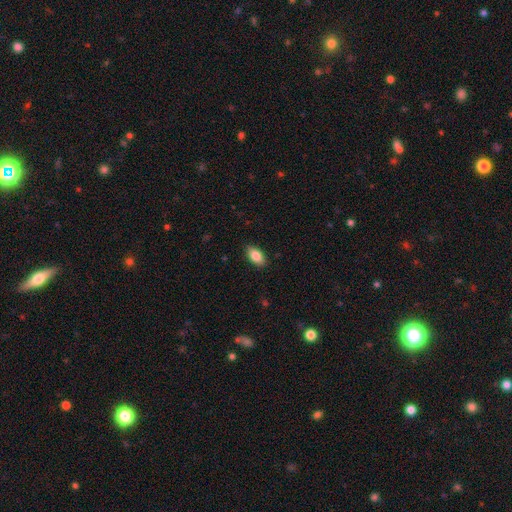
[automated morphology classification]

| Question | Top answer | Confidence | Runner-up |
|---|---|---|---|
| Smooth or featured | smooth | 85% | featured or disk (8%) |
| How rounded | in between | 92% | round (4%) |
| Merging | none | 88% | minor disturbance (9%) |